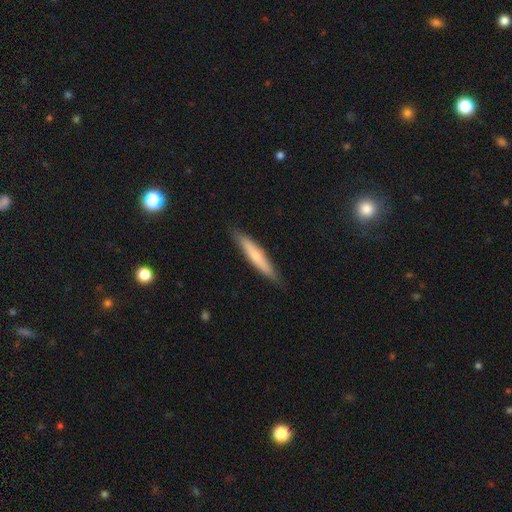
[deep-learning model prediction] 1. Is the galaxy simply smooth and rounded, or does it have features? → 60% smooth, 34% featured or disk, 6% star or artifact.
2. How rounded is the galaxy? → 92% cigar-shaped, 7% in between, 1% round.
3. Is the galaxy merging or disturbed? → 87% none, 10% minor disturbance, 2% major disturbance, 1% merger.